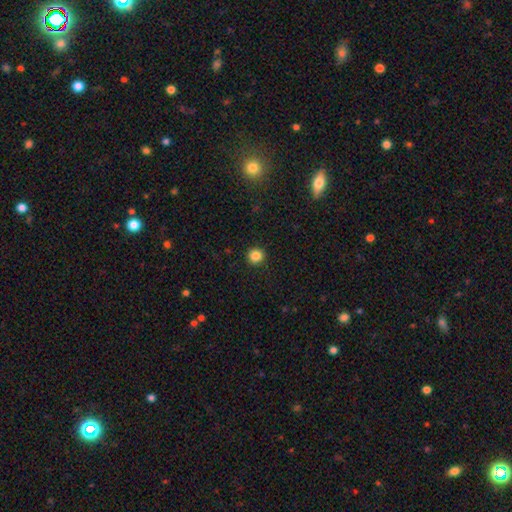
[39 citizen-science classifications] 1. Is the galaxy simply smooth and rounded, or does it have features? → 90% smooth, 8% featured or disk, 3% star or artifact.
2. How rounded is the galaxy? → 97% round, 3% in between, 0% cigar-shaped.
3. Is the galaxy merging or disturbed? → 84% none, 8% minor disturbance, 5% major disturbance, 3% merger.